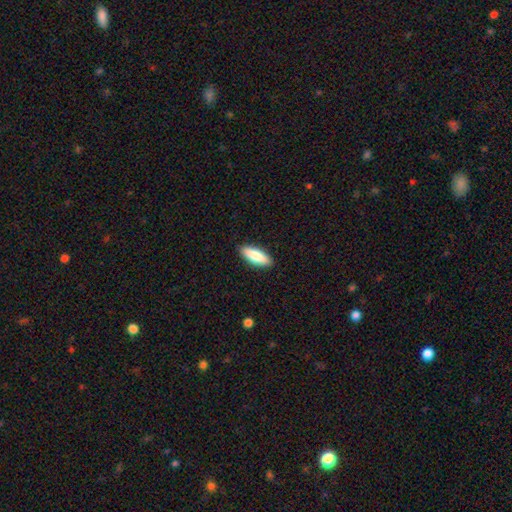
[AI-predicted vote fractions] A smooth galaxy with no disk features (81%) that is in between round and cigar-shaped (61%). Merging: none (90%).